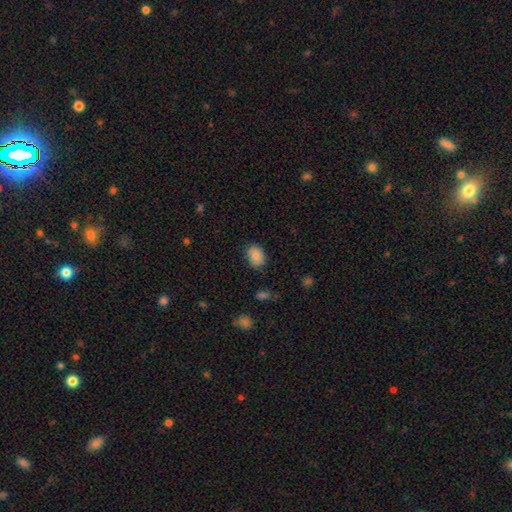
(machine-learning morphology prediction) The model was most divided on "how rounded": in between: 69%, round: 30%, cigar-shaped: 1%. More confident: smooth or featured — smooth (86%); merging — none (79%).